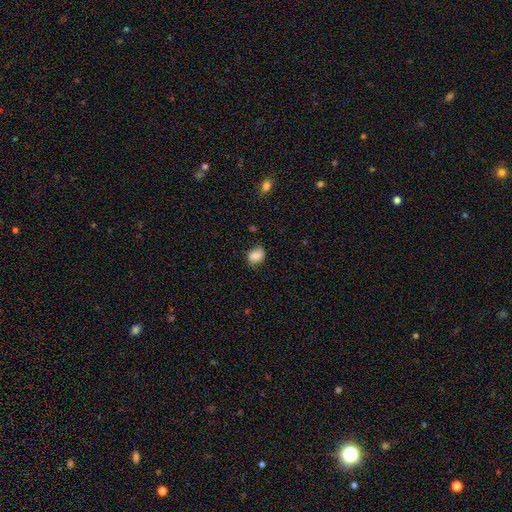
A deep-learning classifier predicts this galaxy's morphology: smooth-or-featured: smooth: 80% | featured or disk: 11% | star or artifact: 9%
  how-rounded: in between: 62% | round: 37% | cigar-shaped: 1%
  merging: none: 67% | minor disturbance: 25% | major disturbance: 6% | merger: 2%